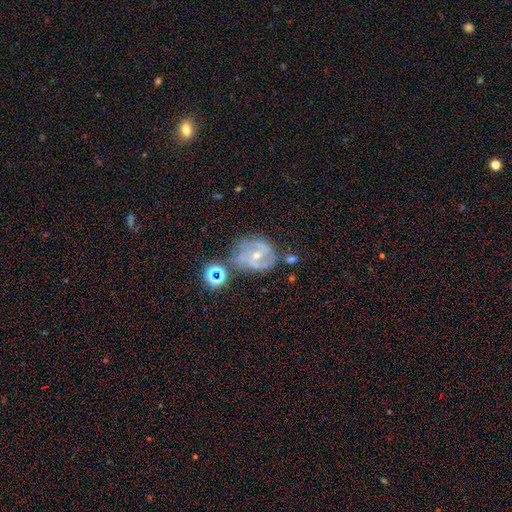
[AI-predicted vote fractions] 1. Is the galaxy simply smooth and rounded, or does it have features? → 76% featured or disk, 13% smooth, 11% star or artifact.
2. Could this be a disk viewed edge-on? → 97% no, 3% yes.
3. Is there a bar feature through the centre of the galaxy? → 42% no, 41% weak, 17% strong.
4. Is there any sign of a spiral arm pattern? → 87% yes, 13% no.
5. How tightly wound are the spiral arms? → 47% medium, 38% tight, 15% loose.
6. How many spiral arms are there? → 56% 2, 20% can't tell, 14% 3, 5% 1, 3% 4, 2% more than 4.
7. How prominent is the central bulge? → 49% moderate, 47% small, 1% large, 1% none, 1% dominant.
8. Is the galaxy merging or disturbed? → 54% none, 24% minor disturbance, 13% major disturbance, 10% merger.